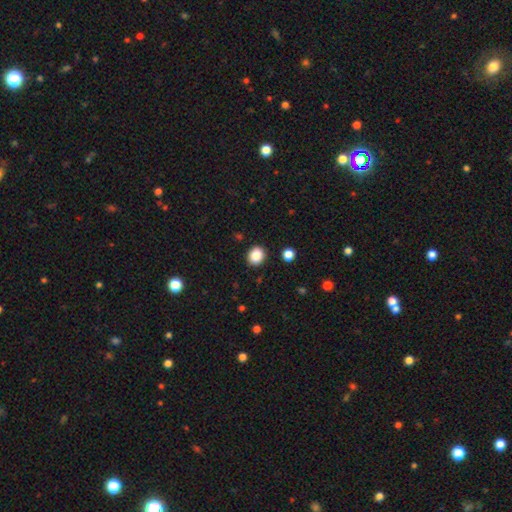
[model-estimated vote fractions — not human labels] Morphology: type=smooth (87%); roundness=round (73%); merging=none (90%).